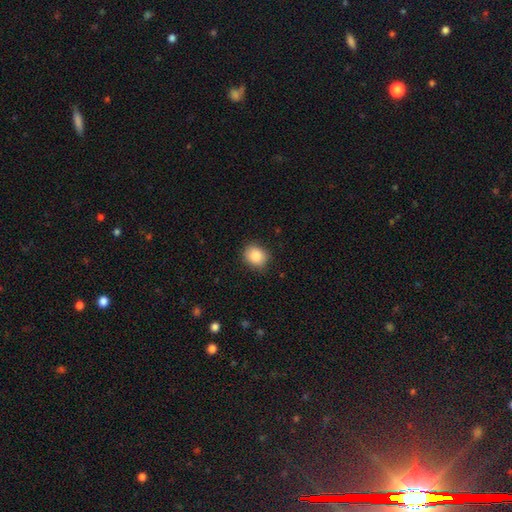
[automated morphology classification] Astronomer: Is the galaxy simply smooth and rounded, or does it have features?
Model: smooth — 86%.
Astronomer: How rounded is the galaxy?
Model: round — 60% (runner-up: in between, 39%).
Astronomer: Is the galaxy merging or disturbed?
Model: none — 84%.